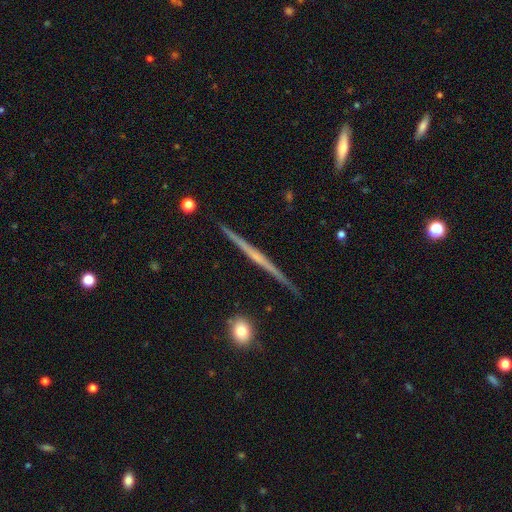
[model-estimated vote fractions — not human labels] Smooth or featured? Predicted: featured or disk (p=0.75). Edge-on disk? Predicted: yes (p=0.98). Edge-on bulge? Predicted: none (p=0.62). Merging? Predicted: none (p=0.91).